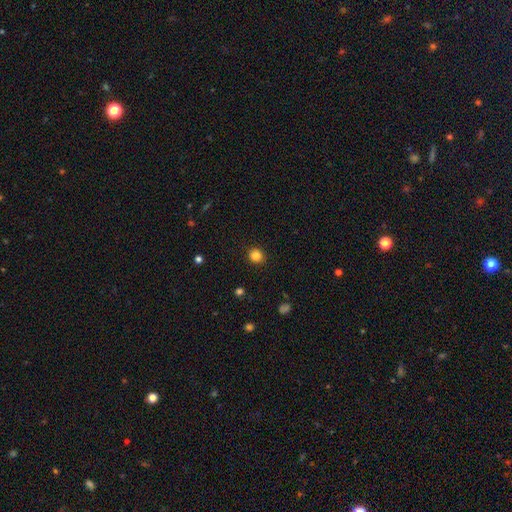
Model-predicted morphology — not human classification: Overall: smooth (84%). How rounded: round (88%). Merging: none (91%).